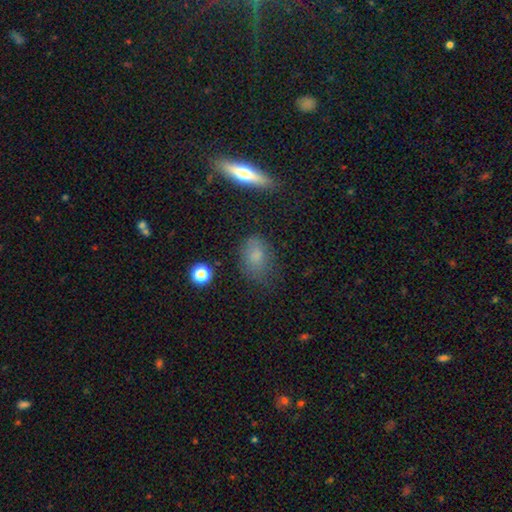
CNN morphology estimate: A smooth galaxy with no disk features (77%) that is in between round and cigar-shaped (78%).

Vote fractions:
- Smooth or featured? smooth: 77% / featured or disk: 13% / star or artifact: 10%
- How rounded? in between: 78% / round: 18% / cigar-shaped: 4%
- Merging? none: 65% / minor disturbance: 24% / major disturbance: 9% / merger: 3%